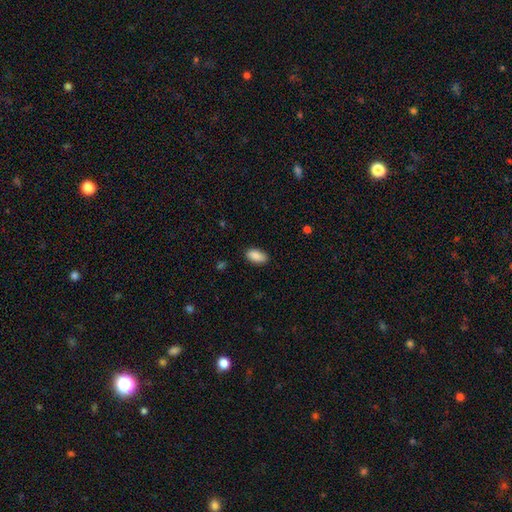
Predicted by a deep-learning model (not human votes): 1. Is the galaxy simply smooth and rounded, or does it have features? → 89% smooth, 7% star or artifact, 4% featured or disk.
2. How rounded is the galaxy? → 93% in between, 4% cigar-shaped, 3% round.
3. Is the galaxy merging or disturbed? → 85% none, 11% minor disturbance, 2% major disturbance, 1% merger.